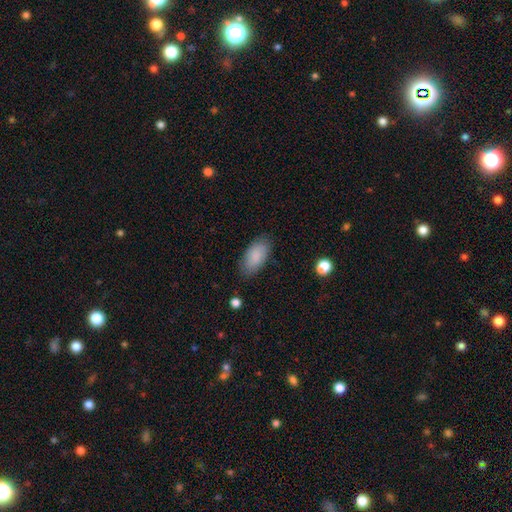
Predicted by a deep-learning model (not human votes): The model was most divided on "merging": none: 83%, minor disturbance: 13%, major disturbance: 3%, merger: 1%. More confident: how rounded — in between (93%); smooth or featured — smooth (86%).